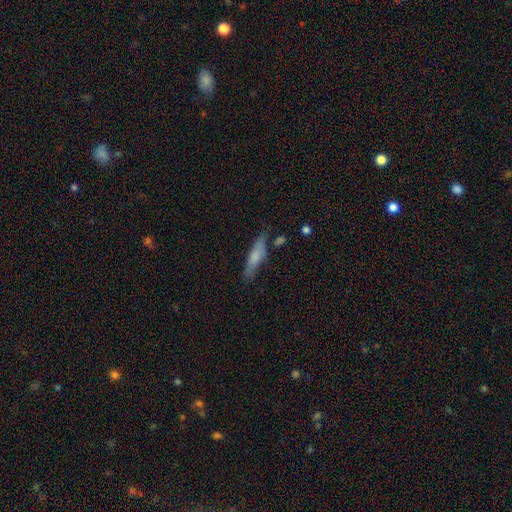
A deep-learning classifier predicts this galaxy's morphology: This is likely a smooth galaxy (66%). How rounded: likely cigar-shaped (74%). Merging: likely none (69%).